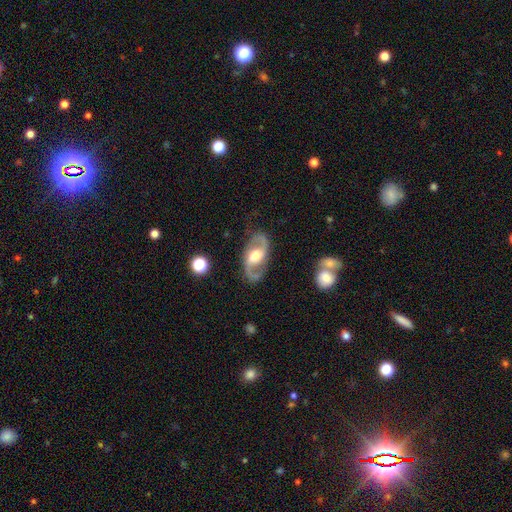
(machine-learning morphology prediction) This is clearly a featured or disk galaxy (88%). It is clearly not viewed edge-on (97%). Bar: marginally weak (44%). Spiral arm pattern: clearly yes (95%). Spiral arm count: clearly 2 (93%). Spiral winding: possibly medium (56%). Central bulge: likely moderate (62%). Merging: clearly none (82%).